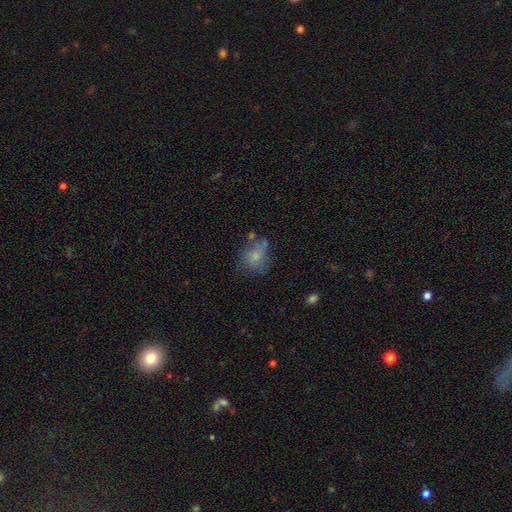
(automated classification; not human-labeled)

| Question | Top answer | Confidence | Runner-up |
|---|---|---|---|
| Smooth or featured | smooth | 68% | featured or disk (21%) |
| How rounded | round | 60% | in between (39%) |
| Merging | none | 45% | minor disturbance (26%) |